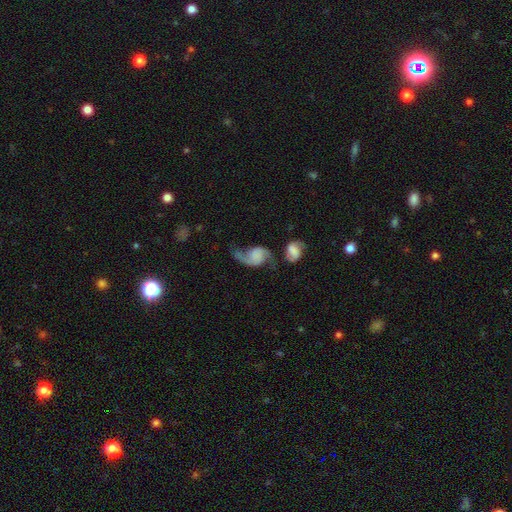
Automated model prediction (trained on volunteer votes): smooth_or_featured: featured or disk (p=0.81) [alt: smooth p=0.13]
disk_edge_on: no (p=0.97) [alt: yes p=0.03]
bar: no (p=0.68) [alt: weak p=0.25]
has_spiral_arms: yes (p=0.95) [alt: no p=0.05]
spiral_winding: loose (p=0.68) [alt: medium p=0.25]
spiral_arm_count: 2 (p=0.88) [alt: 1 p=0.07]
bulge_size: none (p=0.63) [alt: small p=0.14]
merging: none (p=0.41) [alt: merger p=0.21]